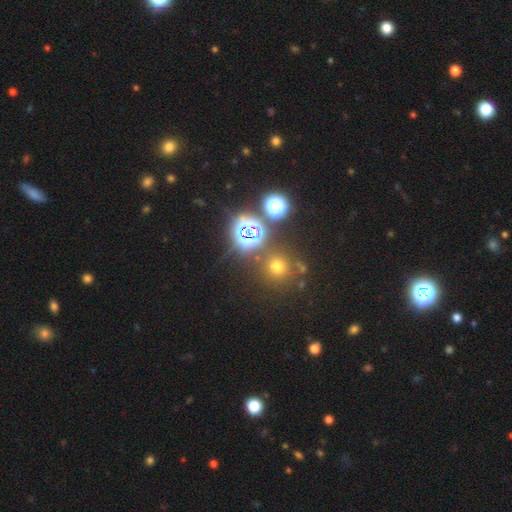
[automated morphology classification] Q: Smooth or featured?
A: star or artifact (66%); runner-up: smooth (28%)